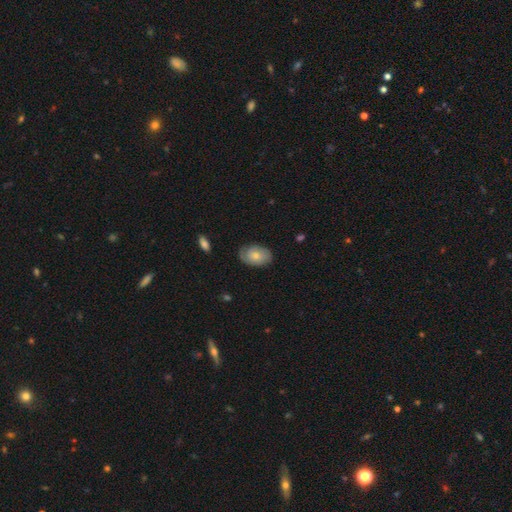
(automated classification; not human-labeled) Q: Smooth or featured?
A: smooth (51%); runner-up: featured or disk (43%)
Q: How rounded?
A: in between (85%); runner-up: round (14%)
Q: Merging?
A: none (76%); runner-up: minor disturbance (19%)